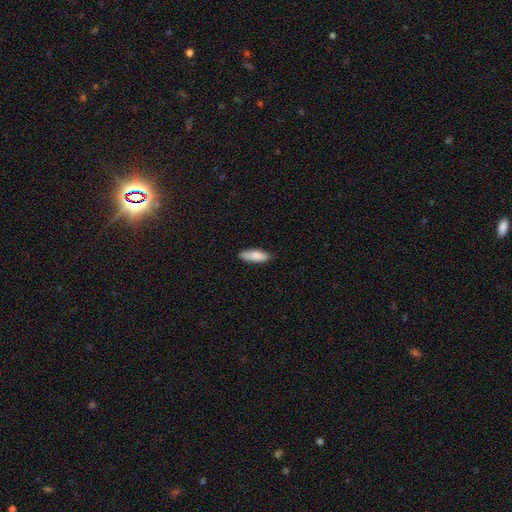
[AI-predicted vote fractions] Smooth or featured: smooth — 85% (featured or disk — 9%)
How rounded: in between — 60% (cigar-shaped — 38%)
Merging: none — 80% (minor disturbance — 17%)